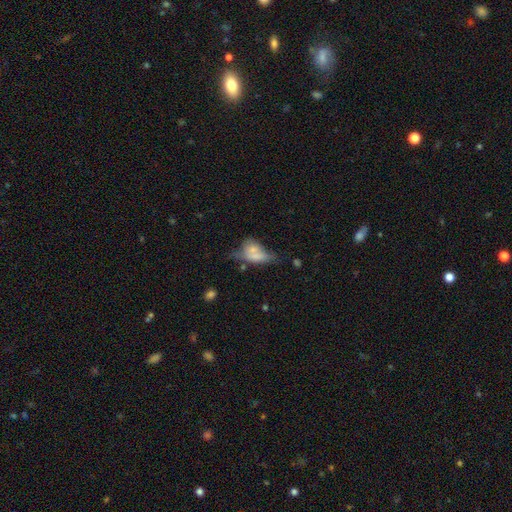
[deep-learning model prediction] Overall: smooth (60%; featured or disk 30%). How rounded: in between (73%). Merging: merger (39%; none 28%).